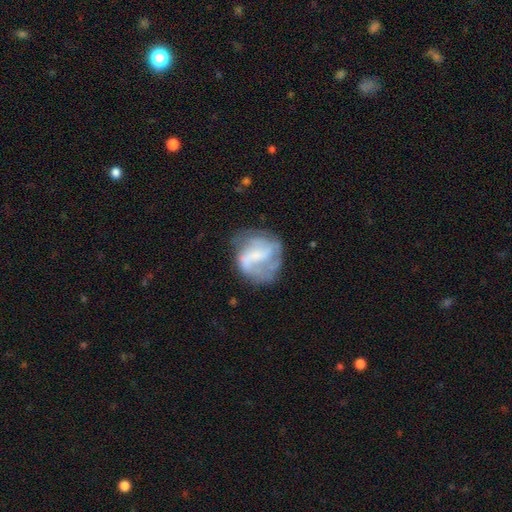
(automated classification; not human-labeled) This is likely a featured or disk galaxy (64%). It is clearly not viewed edge-on (98%). Bar: marginally weak (42%). Spiral arm pattern: likely yes (72%). Central bulge: marginally none (37%). Merging: possibly none (53%).